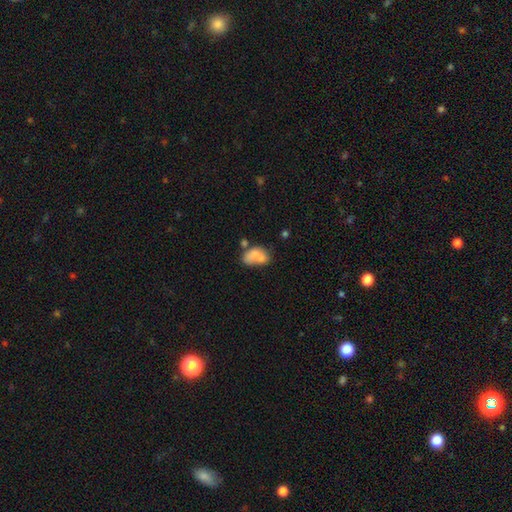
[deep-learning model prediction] Smooth or featured? smooth (69%)
How rounded? in between (81%)
Merging? merger (51%)